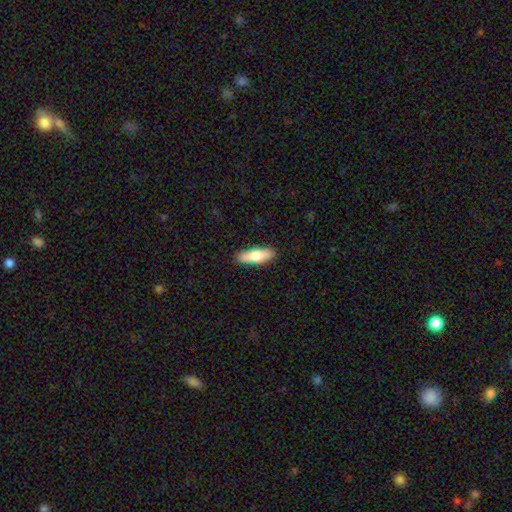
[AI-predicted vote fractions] Overall: smooth (75%). How rounded: in between (52%; cigar-shaped 46%). Merging: none (90%).